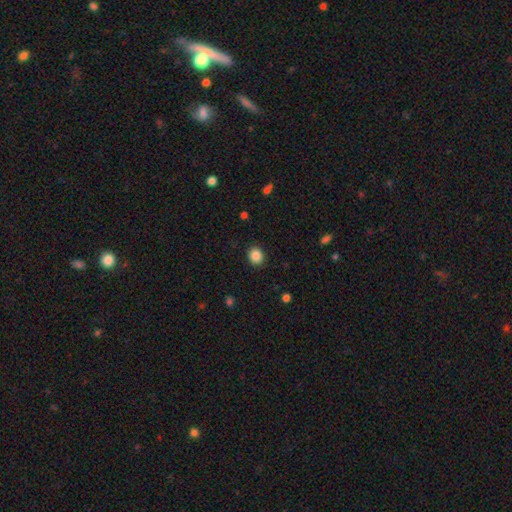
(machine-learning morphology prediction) Smooth or featured: smooth — 87% (star or artifact — 9%)
How rounded: round — 69% (in between — 30%)
Merging: none — 90% (minor disturbance — 7%)